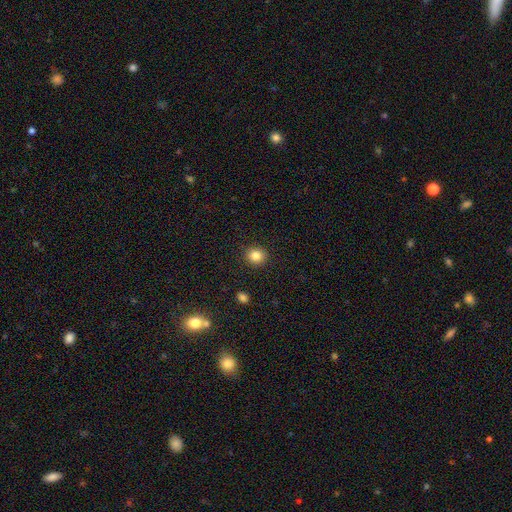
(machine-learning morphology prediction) Smooth or featured?
  - smooth: 84% *
  - star or artifact: 11%
  - featured or disk: 5%
How rounded?
  - round: 83% *
  - in between: 16%
  - cigar-shaped: 1%
Merging?
  - none: 91% *
  - minor disturbance: 6%
  - major disturbance: 2%
  - merger: 1%